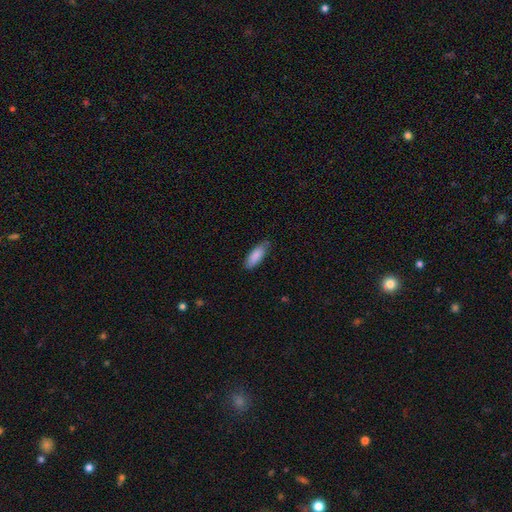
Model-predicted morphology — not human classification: Smooth or featured: smooth — 87% (featured or disk — 7%)
How rounded: in between — 64% (cigar-shaped — 35%)
Merging: none — 75% (minor disturbance — 21%)